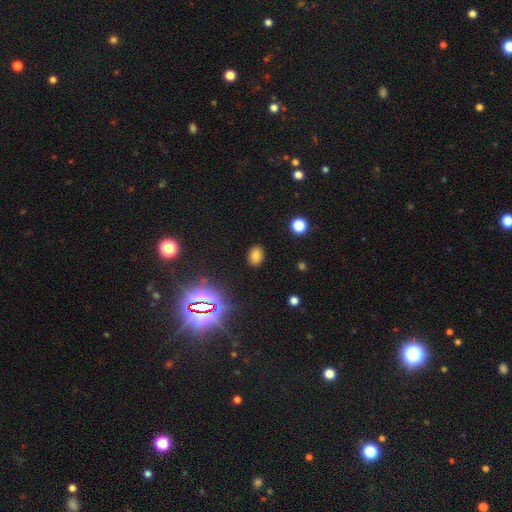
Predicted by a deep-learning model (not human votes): Smooth or featured? smooth (75%)
How rounded? in between (78%)
Merging? none (88%)